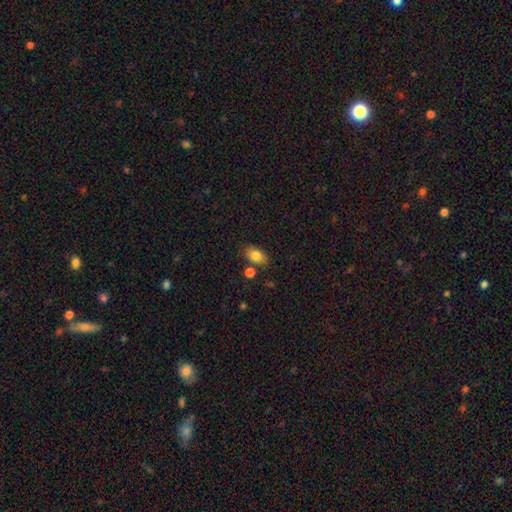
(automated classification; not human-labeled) This appears to be a smooth galaxy with no disk features (81%) that is in between round and cigar-shaped (87%). Merging: none (76%).